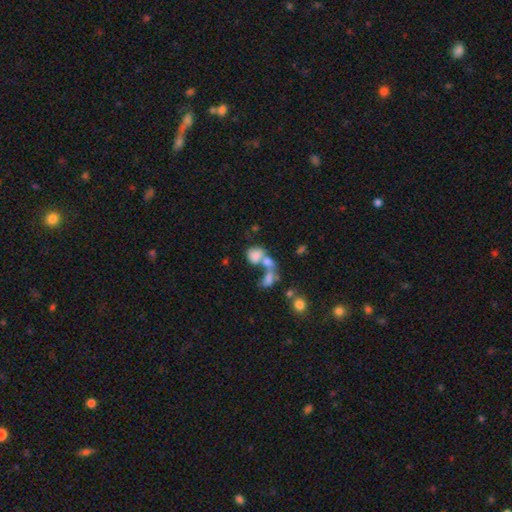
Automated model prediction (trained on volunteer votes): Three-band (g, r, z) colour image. It shows a smooth galaxy with no disk features (66%) that is in between round and cigar-shaped (67%). Merging: merger (65%).